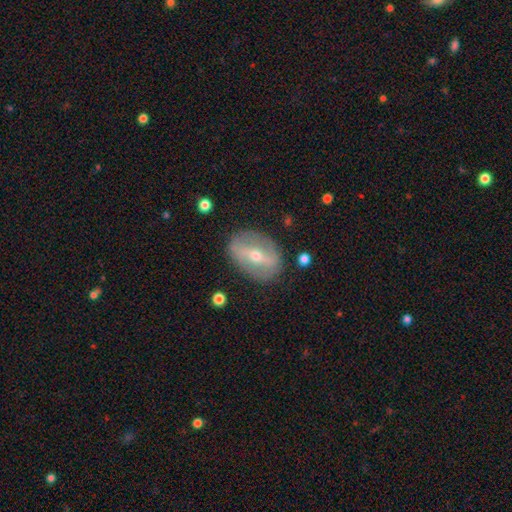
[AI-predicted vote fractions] smooth-or-featured: featured or disk: 70% | smooth: 24% | star or artifact: 6%
  disk-edge-on: no: 88% | yes: 12%
    bar: strong: 60% | weak: 27% | no: 13%
    has-spiral-arms: no: 59% | yes: 41%
    bulge-size: small: 48% (tied) | moderate: 48% (tied) | large: 2% | none: 1% | dominant: 1%
  merging: none: 81% | minor disturbance: 13% | major disturbance: 5% | merger: 1%